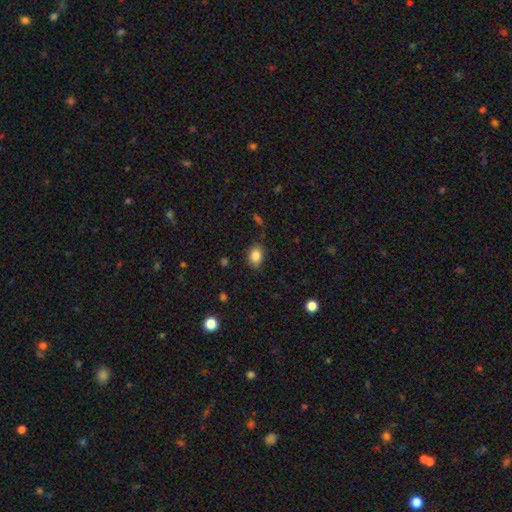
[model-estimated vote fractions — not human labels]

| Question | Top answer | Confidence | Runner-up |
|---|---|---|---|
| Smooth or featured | smooth | 85% | star or artifact (9%) |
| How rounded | in between | 70% | round (29%) |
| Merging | none | 83% | minor disturbance (12%) |